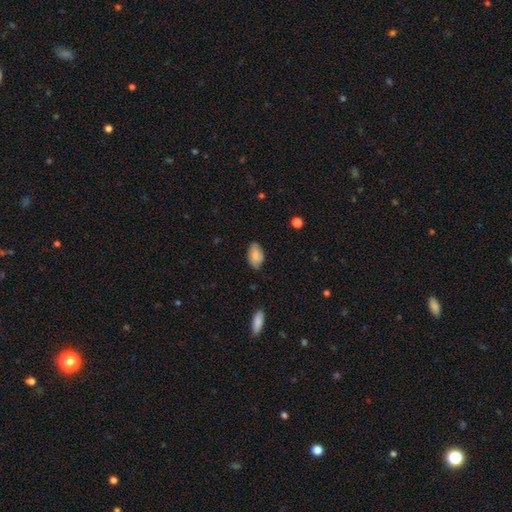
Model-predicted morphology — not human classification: The model was most divided on "merging": none: 78%, minor disturbance: 18%, major disturbance: 3%, merger: 1%. More confident: how rounded — in between (93%); smooth or featured — smooth (78%).